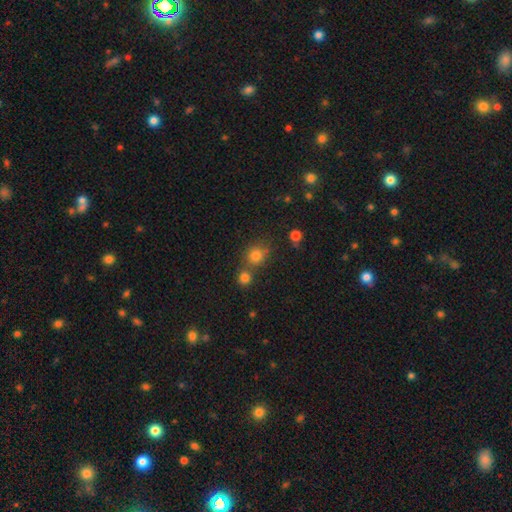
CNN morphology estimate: smooth-or-featured: smooth: 79% | star or artifact: 15% | featured or disk: 7%
  how-rounded: round: 81% | in between: 18% | cigar-shaped: 1%
  merging: none: 60% | merger: 26% | minor disturbance: 10% | major disturbance: 4%